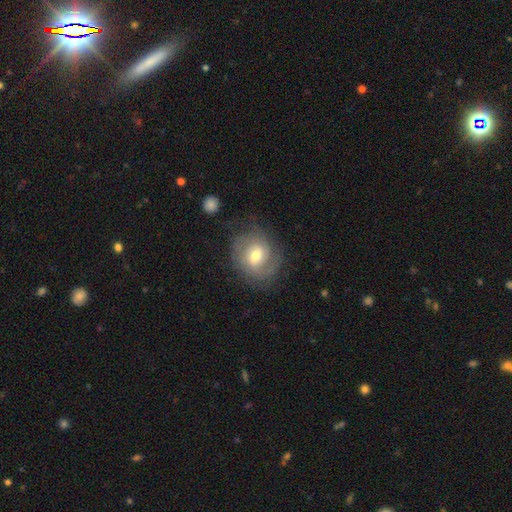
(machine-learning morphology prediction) The model was most divided on "bar": weak: 46%, no: 44%, strong: 11%. Remaining: edge-on disk — no (97%); spiral arms — yes (85%); bulge size — moderate (69%); merging — none (66%); smooth or featured — featured or disk (65%); spiral arm count — 2 (53%); spiral winding — tight (45%).